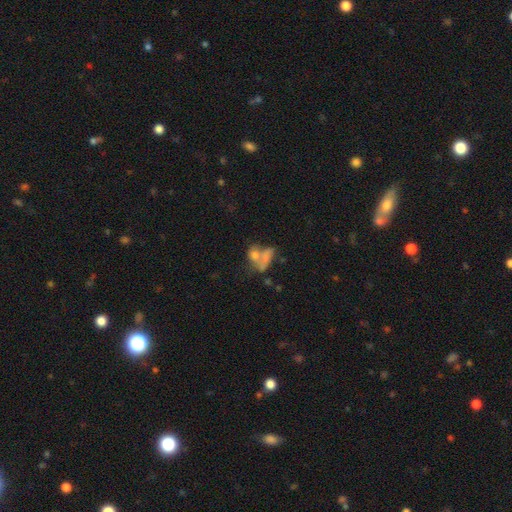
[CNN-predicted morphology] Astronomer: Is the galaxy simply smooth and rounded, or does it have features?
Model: smooth — 62%.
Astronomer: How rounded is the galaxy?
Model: in between — 60%.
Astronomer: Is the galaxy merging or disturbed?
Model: merger — 49% (runner-up: none, 28%).